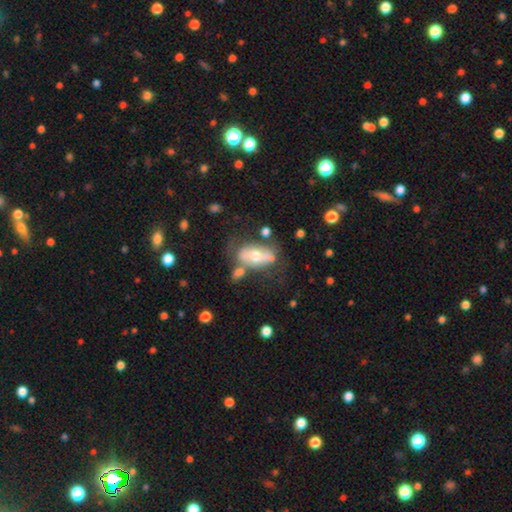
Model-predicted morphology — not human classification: Q: Smooth or featured?
A: featured or disk (48%); runner-up: smooth (45%)
Q: Merging?
A: none (49%); runner-up: minor disturbance (21%)